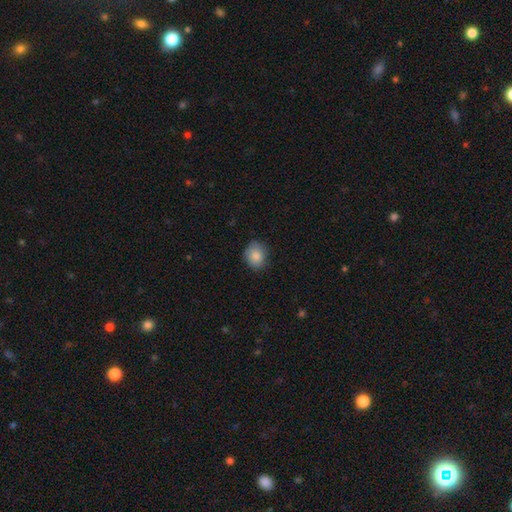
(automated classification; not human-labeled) The model was most divided on "how rounded": round: 66%, in between: 33%, cigar-shaped: 1%. More confident: smooth or featured — smooth (85%); merging — none (79%).